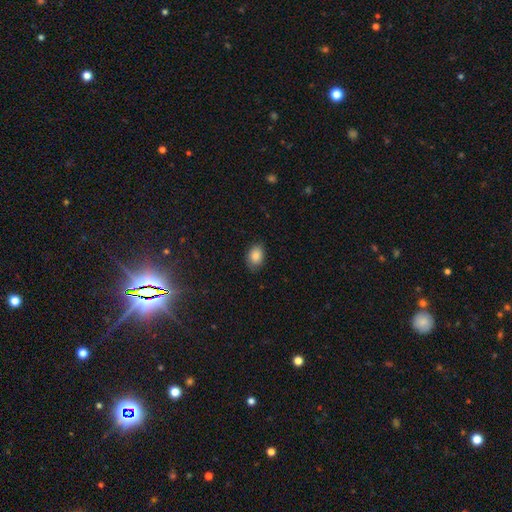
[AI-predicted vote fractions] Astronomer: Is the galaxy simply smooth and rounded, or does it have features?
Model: smooth — 84%.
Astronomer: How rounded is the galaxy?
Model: in between — 74%.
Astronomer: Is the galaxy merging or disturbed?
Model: none — 79%.